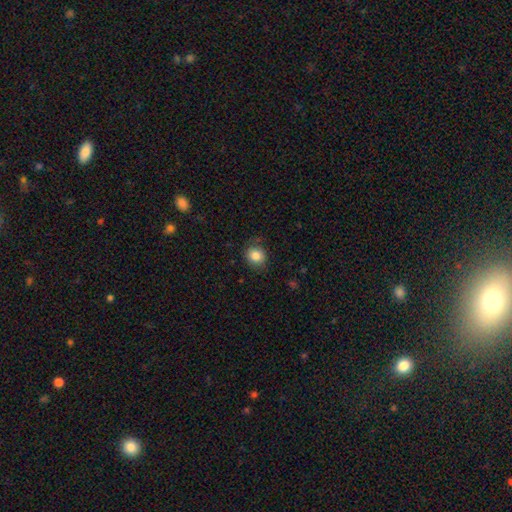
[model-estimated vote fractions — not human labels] This appears to be a smooth galaxy with no disk features (84%) that is round (80%). Merging: none (81%).